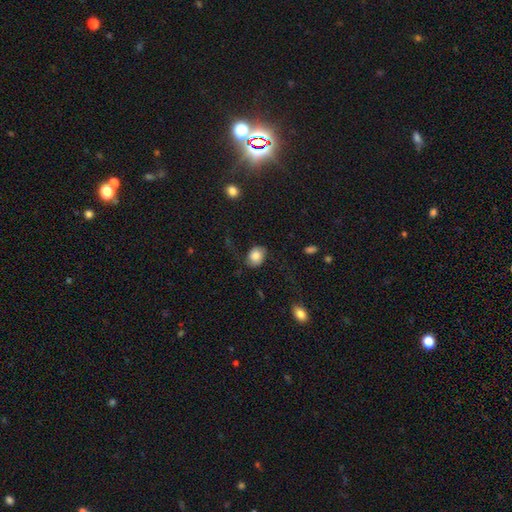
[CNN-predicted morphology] This appears to be a smooth galaxy with no disk features (76%) that is in between round and cigar-shaped (60%). Merging: none (63%).